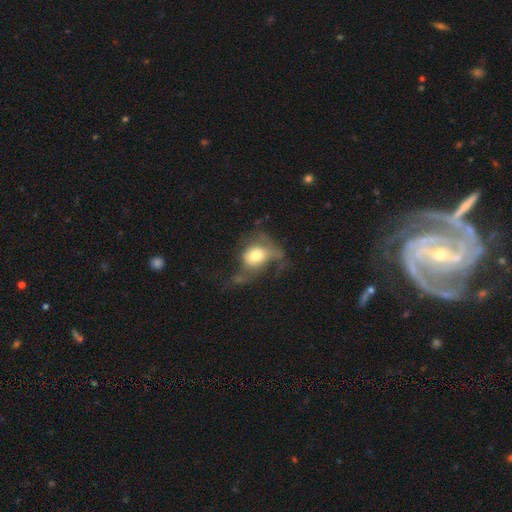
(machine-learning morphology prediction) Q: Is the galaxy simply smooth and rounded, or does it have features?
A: smooth — 62%.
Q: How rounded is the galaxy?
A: in between — 60%.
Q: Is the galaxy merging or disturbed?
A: major disturbance — 50%.